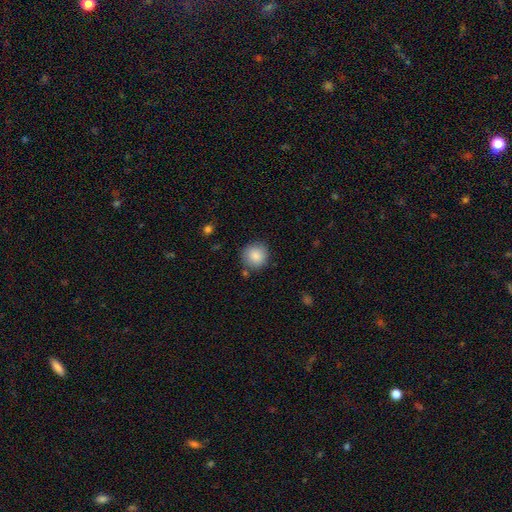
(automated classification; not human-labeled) A smooth galaxy with no disk features (88%) that is round (92%).

Vote fractions:
- Smooth or featured? smooth: 88% / star or artifact: 8% / featured or disk: 4%
- How rounded? round: 92% / in between: 7% / cigar-shaped: 1%
- Merging? none: 85% / minor disturbance: 10% / merger: 3% / major disturbance: 3%